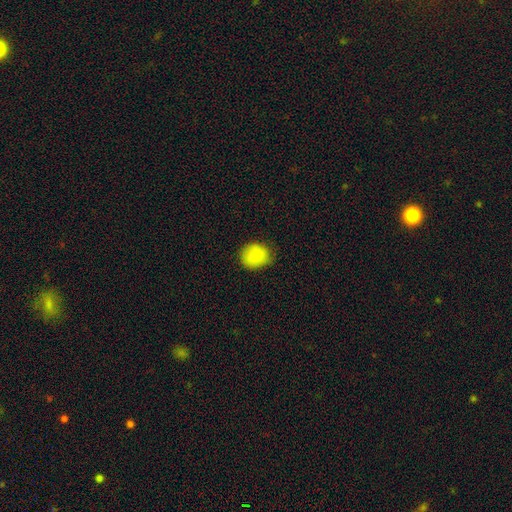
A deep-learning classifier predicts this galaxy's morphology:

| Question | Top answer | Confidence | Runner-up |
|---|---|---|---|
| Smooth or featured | smooth | 85% | star or artifact (8%) |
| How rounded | round | 69% | in between (30%) |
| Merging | none | 77% | minor disturbance (19%) |